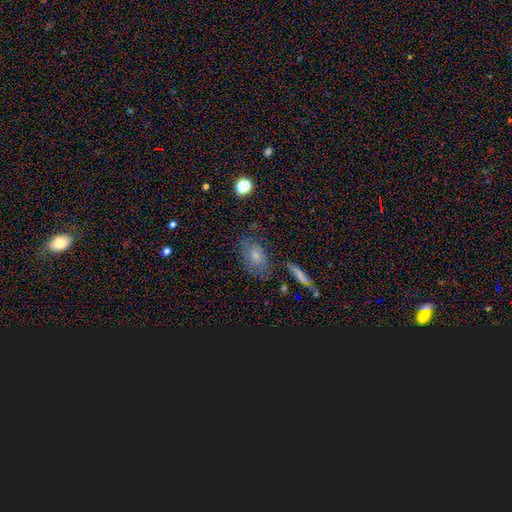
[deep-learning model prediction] Smooth or featured? Predicted: smooth (p=0.58). How rounded? Predicted: in between (p=0.82). Merging? Predicted: none (p=0.67).